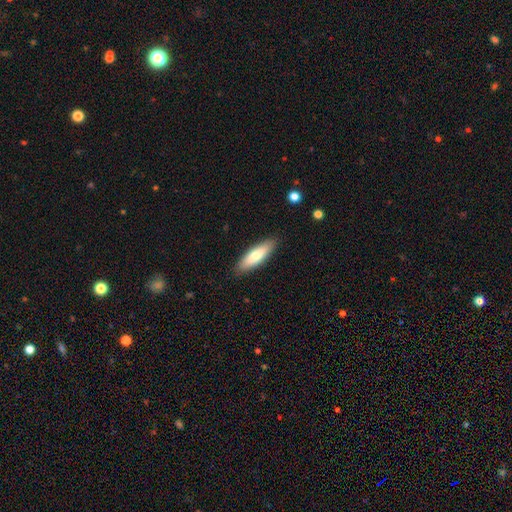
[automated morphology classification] Overall: smooth (72%). How rounded: cigar-shaped (53%; in between 45%). Merging: none (88%).